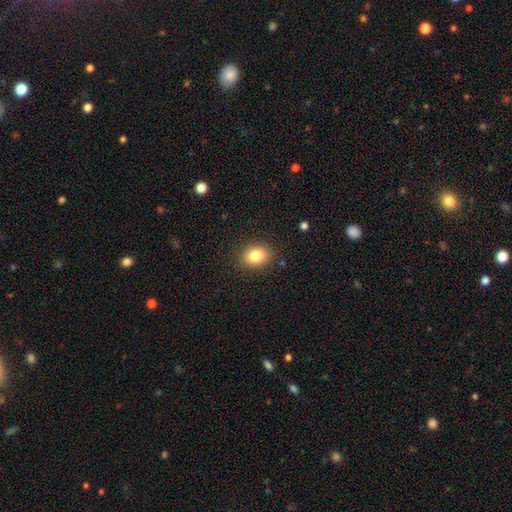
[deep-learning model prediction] A smooth galaxy with no disk features (83%) that is in between round and cigar-shaped (59%). Merging: none (87%).